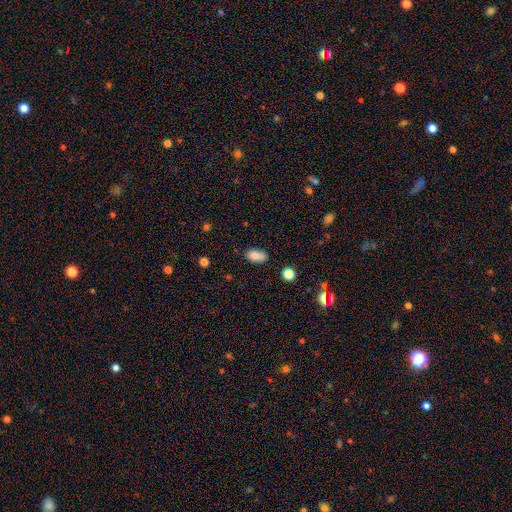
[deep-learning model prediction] Q: Smooth or featured?
A: smooth (84%); runner-up: star or artifact (9%)
Q: How rounded?
A: in between (89%); runner-up: cigar-shaped (6%)
Q: Merging?
A: none (74%); runner-up: minor disturbance (18%)